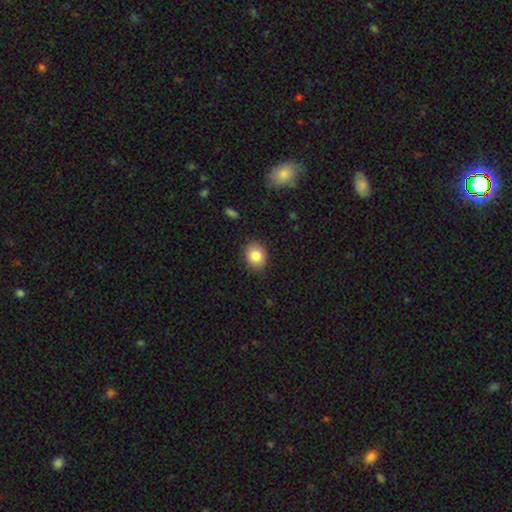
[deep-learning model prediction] Morphology: type=smooth (85%); roundness=in between (50%); merging=none (86%).